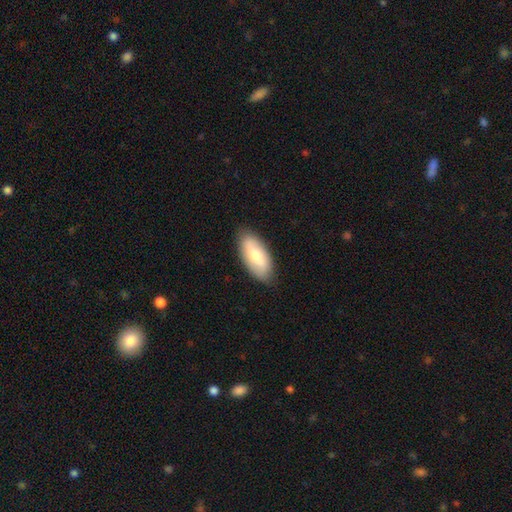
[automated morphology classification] This is possibly a smooth galaxy (55%). How rounded: clearly in between (89%). Merging: clearly none (85%).